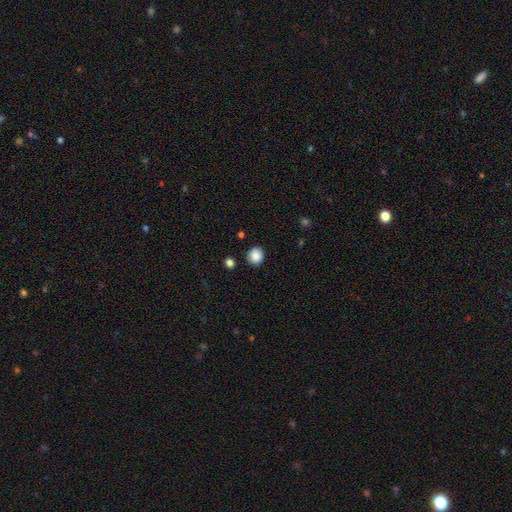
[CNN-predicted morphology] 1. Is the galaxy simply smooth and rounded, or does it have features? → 88% smooth, 9% star or artifact, 3% featured or disk.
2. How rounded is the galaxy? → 88% round, 11% in between, 1% cigar-shaped.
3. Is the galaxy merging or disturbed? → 89% none, 7% minor disturbance, 2% merger, 2% major disturbance.